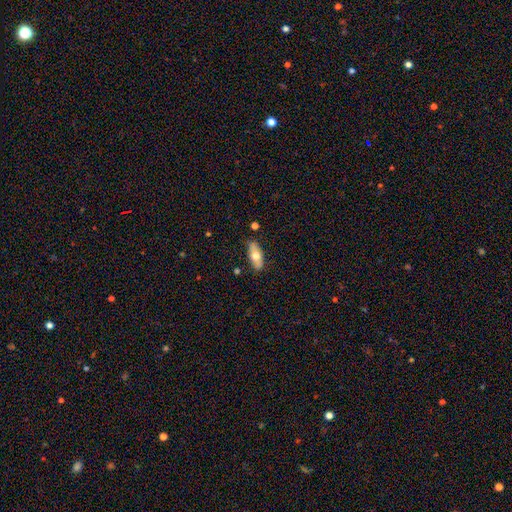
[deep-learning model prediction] Q: Smooth or featured?
A: smooth (62%); runner-up: featured or disk (32%)
Q: How rounded?
A: in between (77%); runner-up: cigar-shaped (20%)
Q: Merging?
A: none (80%); runner-up: minor disturbance (15%)